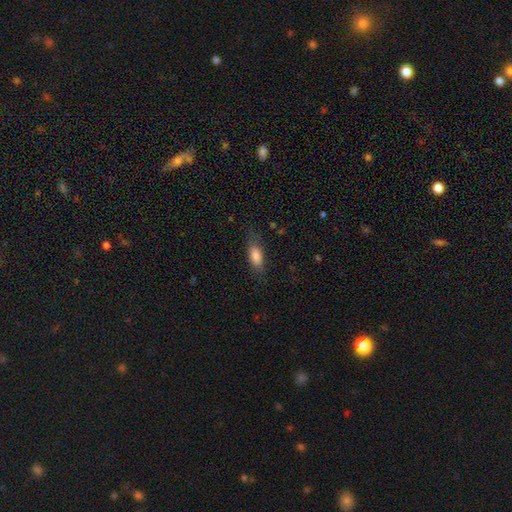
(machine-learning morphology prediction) type=smooth (82%); roundness=in between (77%); merging=none (70%).